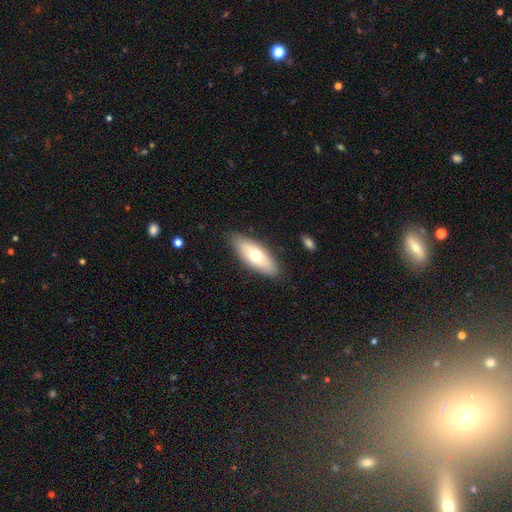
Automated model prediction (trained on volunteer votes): A smooth galaxy with no disk features (61%) that is in between round and cigar-shaped (73%).

Vote fractions:
- Smooth or featured? smooth: 61% / featured or disk: 33% / star or artifact: 6%
- How rounded? in between: 73% / cigar-shaped: 24% / round: 3%
- Merging? none: 84% / minor disturbance: 12% / major disturbance: 3% / merger: 1%